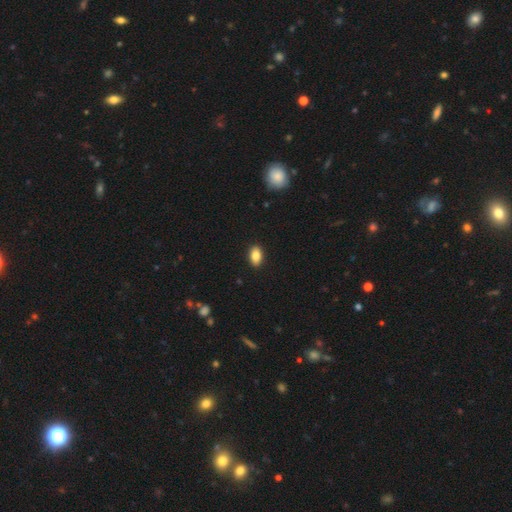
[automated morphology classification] The model was most divided on "smooth or featured": smooth: 84%, star or artifact: 8%, featured or disk: 8%. More confident: merging — none (90%); how rounded — in between (89%).